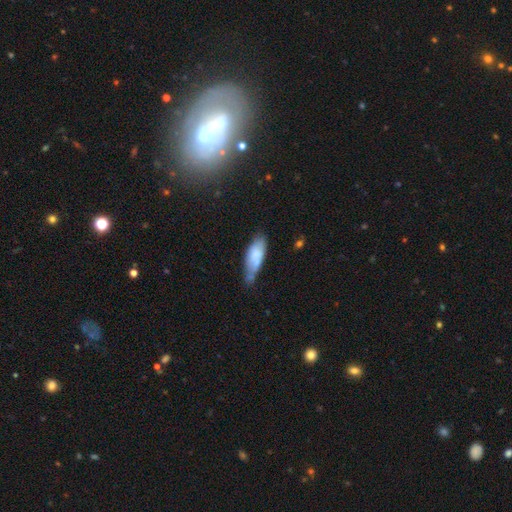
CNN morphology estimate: smooth-or-featured: smooth: 70% | featured or disk: 23% | star or artifact: 7%
  how-rounded: in between: 68% | cigar-shaped: 30% | round: 2%
  merging: none: 45% | minor disturbance: 36% | major disturbance: 10% | merger: 8%